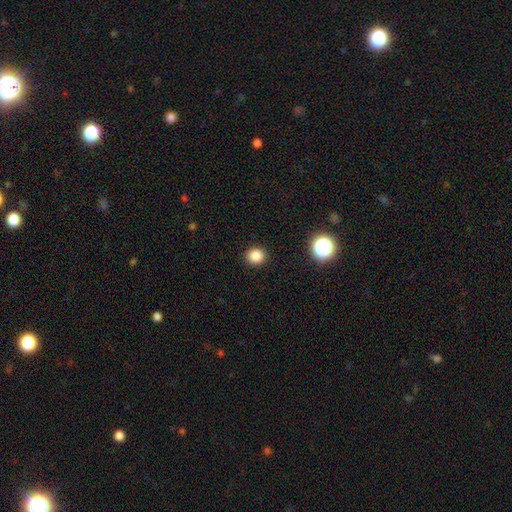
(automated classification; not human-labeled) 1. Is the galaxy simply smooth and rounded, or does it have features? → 84% smooth, 12% star or artifact, 4% featured or disk.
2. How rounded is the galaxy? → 86% round, 13% in between, 1% cigar-shaped.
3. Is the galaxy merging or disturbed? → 92% none, 5% minor disturbance, 2% major disturbance, 1% merger.